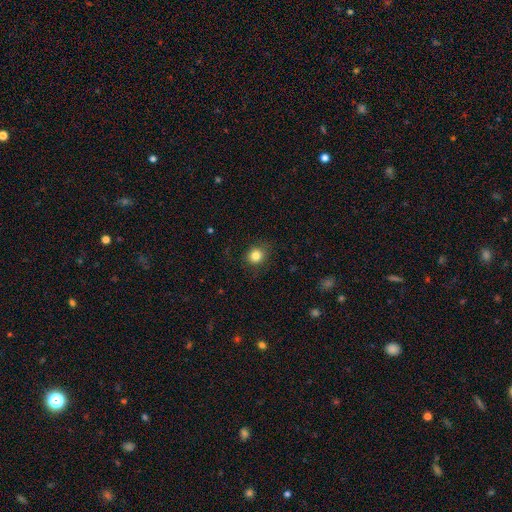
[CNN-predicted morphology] smooth-or-featured: smooth: 84% | star or artifact: 11% | featured or disk: 5%
  how-rounded: round: 78% | in between: 21% | cigar-shaped: 1%
  merging: none: 83% | minor disturbance: 13% | major disturbance: 4% | merger: 1%